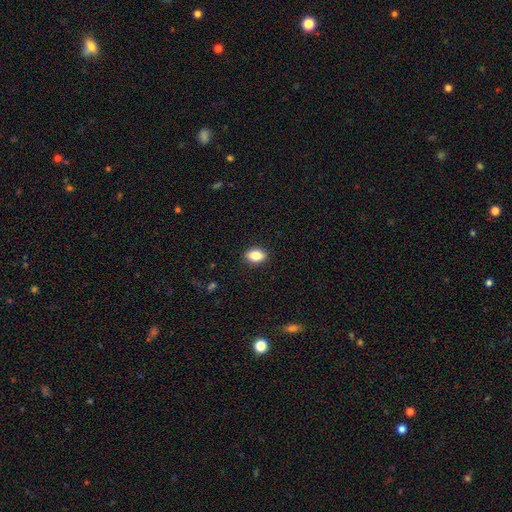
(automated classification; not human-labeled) Overall: smooth (85%). How rounded: in between (84%). Merging: none (89%).